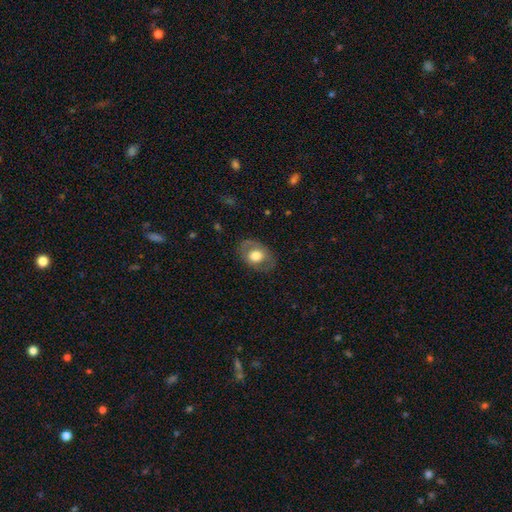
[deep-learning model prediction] This appears to be a smooth galaxy with no disk features (58%) that is in between round and cigar-shaped (74%). Merging: none (77%).